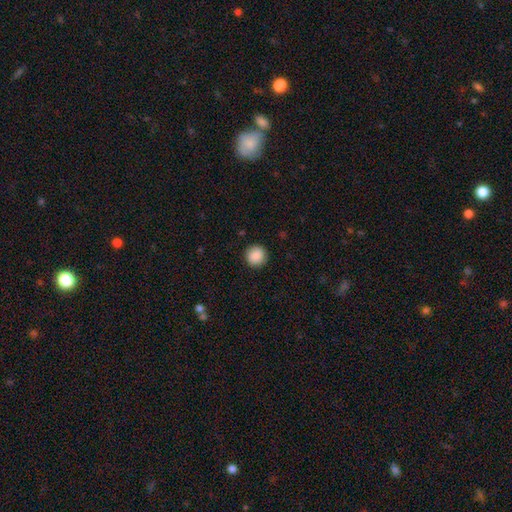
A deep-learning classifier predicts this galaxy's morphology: smooth_or_featured: smooth (p=0.89) [alt: star or artifact p=0.08]
how_rounded: round (p=0.95) [alt: in between p=0.04]
merging: none (p=0.92) [alt: minor disturbance p=0.06]